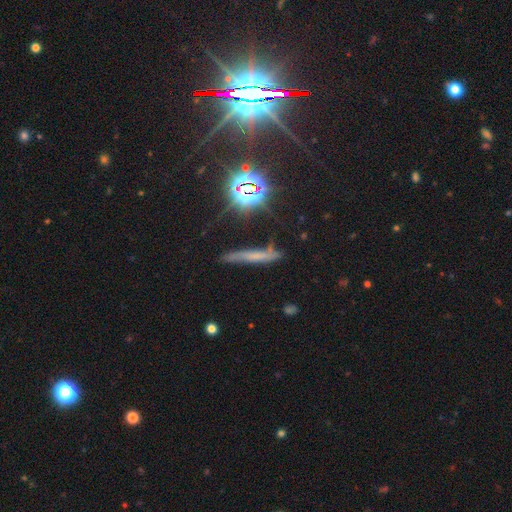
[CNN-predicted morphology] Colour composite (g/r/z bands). It shows a smooth galaxy with no disk features (41%). Merging: none (67%).